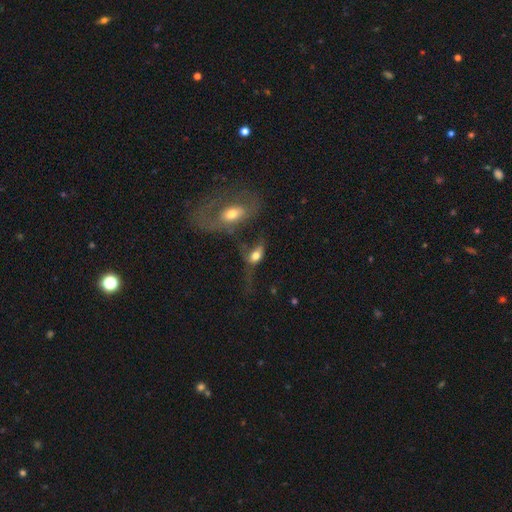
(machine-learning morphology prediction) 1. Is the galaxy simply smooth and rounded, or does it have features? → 53% smooth, 35% featured or disk, 12% star or artifact.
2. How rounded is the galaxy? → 79% in between, 14% round, 7% cigar-shaped.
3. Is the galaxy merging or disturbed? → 35% major disturbance, 33% merger, 18% none, 13% minor disturbance.